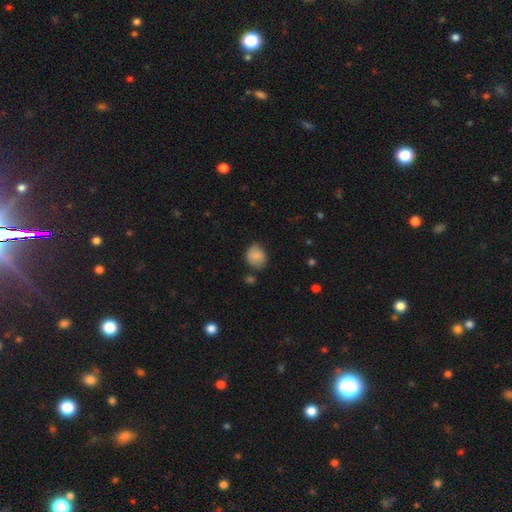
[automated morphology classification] A smooth galaxy with no disk features (81%) that is round (66%). Merging: none (65%).